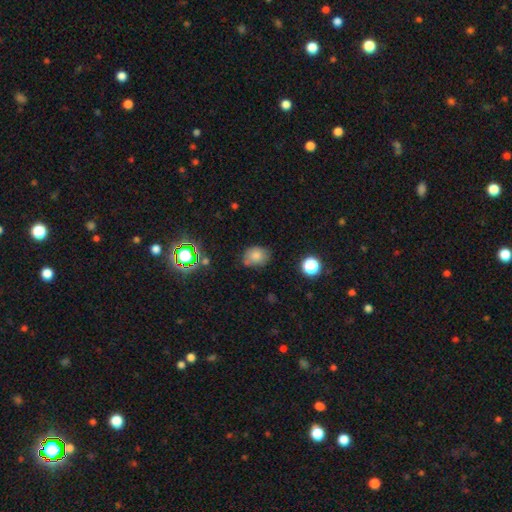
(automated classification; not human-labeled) smooth-or-featured: smooth: 77% | star or artifact: 13% | featured or disk: 10%
  how-rounded: in between: 56% | round: 43% | cigar-shaped: 1%
  merging: none: 65% | minor disturbance: 24% | major disturbance: 5% | merger: 5%